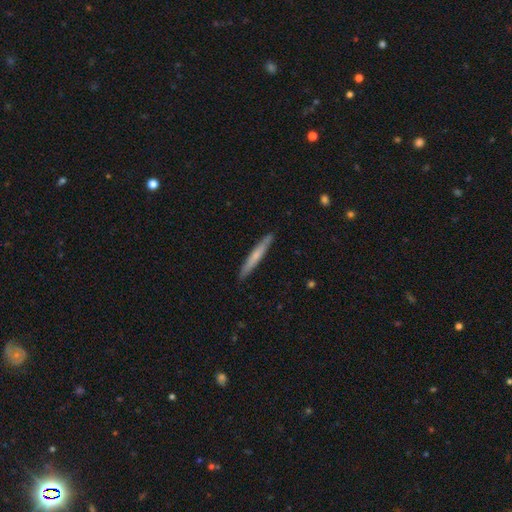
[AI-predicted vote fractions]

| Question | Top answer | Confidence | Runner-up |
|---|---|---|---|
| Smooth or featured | smooth | 59% | featured or disk (35%) |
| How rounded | cigar-shaped | 96% | in between (3%) |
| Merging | none | 90% | minor disturbance (7%) |